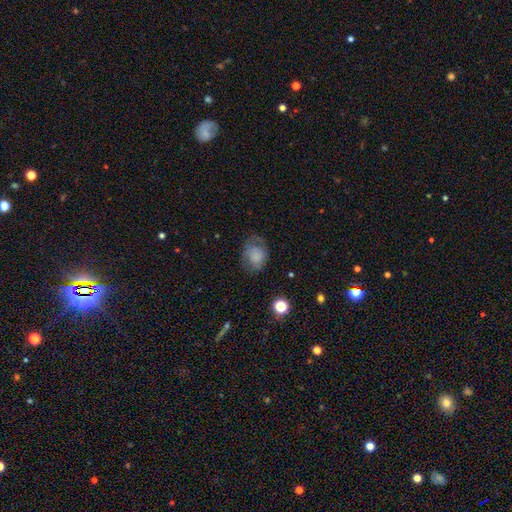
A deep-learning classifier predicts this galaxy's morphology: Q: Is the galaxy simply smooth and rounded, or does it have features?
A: smooth — 68%.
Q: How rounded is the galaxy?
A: in between — 59%.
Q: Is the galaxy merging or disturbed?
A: none — 51%.